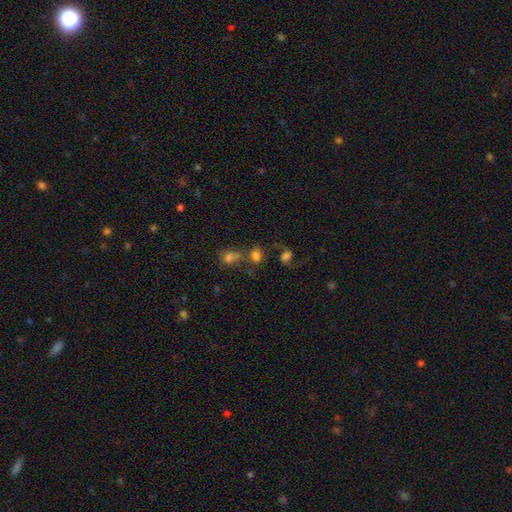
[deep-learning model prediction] The model was most divided on "how rounded": in between: 50%, round: 48%, cigar-shaped: 2%. Remaining: smooth or featured — smooth (68%); merging — none (44%).